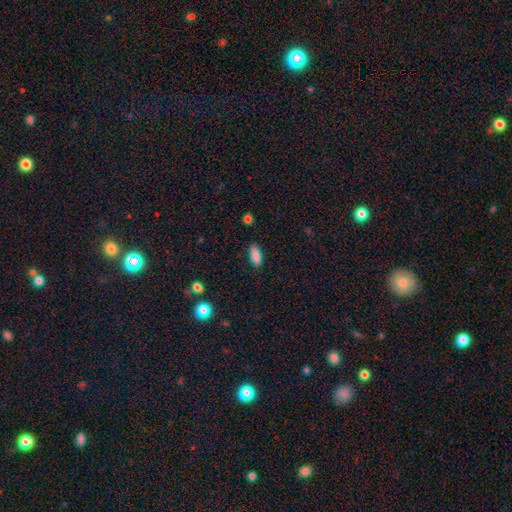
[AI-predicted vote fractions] This appears to be a smooth galaxy with no disk features (87%) that is in between round and cigar-shaped (82%). Merging: none (86%).